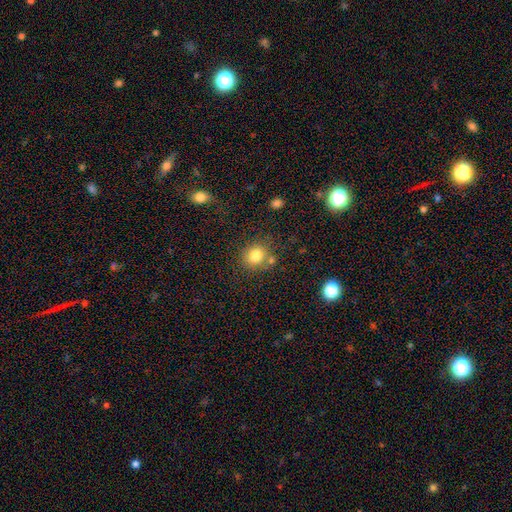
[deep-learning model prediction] This appears to be a smooth galaxy with no disk features (81%) that is round (78%). Merging: none (70%).